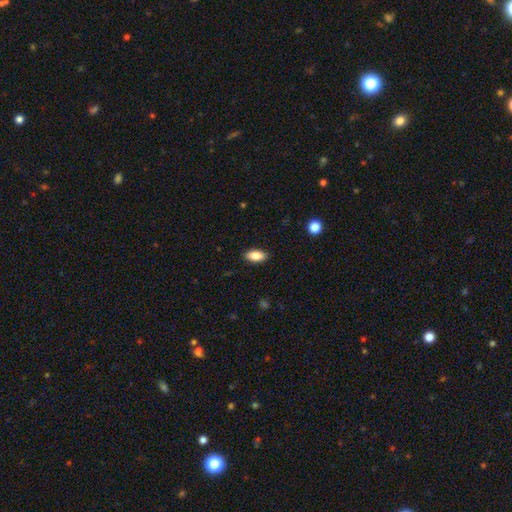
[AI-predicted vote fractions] A smooth galaxy with no disk features (83%) that is in between round and cigar-shaped (90%).

Vote fractions:
- Smooth or featured? smooth: 83% / featured or disk: 9% / star or artifact: 7%
- How rounded? in between: 90% / cigar-shaped: 7% / round: 3%
- Merging? none: 89% / minor disturbance: 8% / major disturbance: 2% / merger: 1%